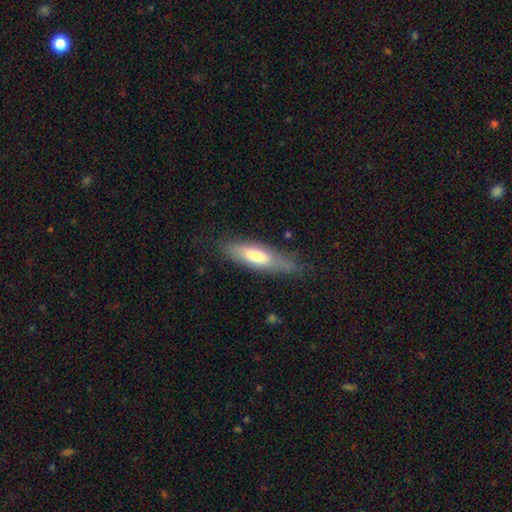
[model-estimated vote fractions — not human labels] A smooth galaxy with no disk features (65%) that is cigar-shaped (56%). Merging: none (66%).